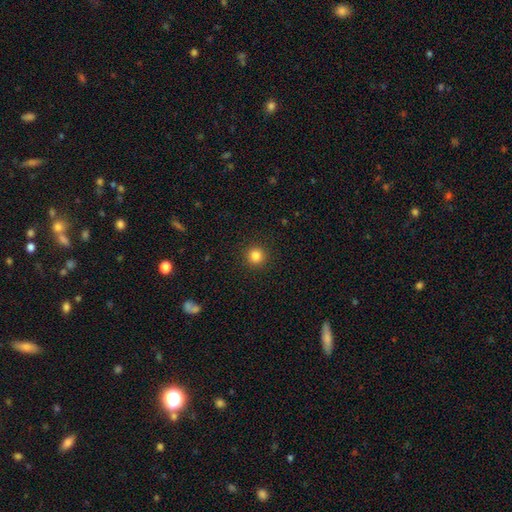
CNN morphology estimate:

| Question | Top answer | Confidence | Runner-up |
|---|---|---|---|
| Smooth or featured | smooth | 84% | star or artifact (12%) |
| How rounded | round | 95% | in between (4%) |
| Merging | none | 93% | minor disturbance (4%) |